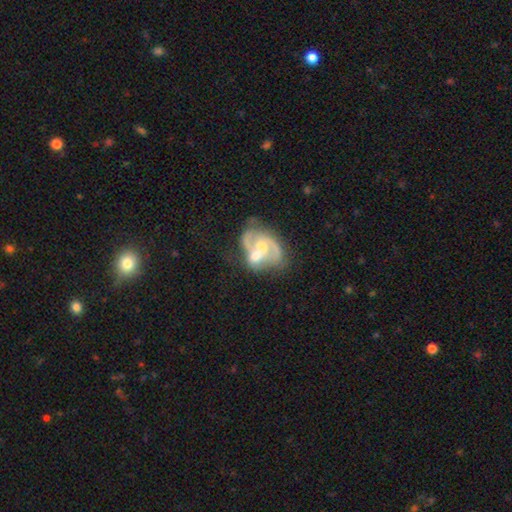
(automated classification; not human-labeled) Smooth or featured?
  - featured or disk: 72% *
  - smooth: 22%
  - star or artifact: 6%
Edge-on disk?
  - no: 97% *
  - yes: 3%
Bar?
  - no: 61% *
  - weak: 31%
  - strong: 8%
Spiral arms?
  - yes: 74% *
  - no: 26%
Spiral winding?
  - medium: 48% *
  - loose: 32%
  - tight: 20%
Spiral arm count?
  - 2: 74% *
  - can't tell: 13%
  - 1: 8%
  - 3: 3%
  - 4: 1%
  - more than 4: 1%
Bulge size?
  - moderate: 62% *
  - small: 23%
  - large: 9%
  - none: 5%
  - dominant: 2%
Merging?
  - merger: 61% *
  - none: 19%
  - minor disturbance: 10%
  - major disturbance: 10%